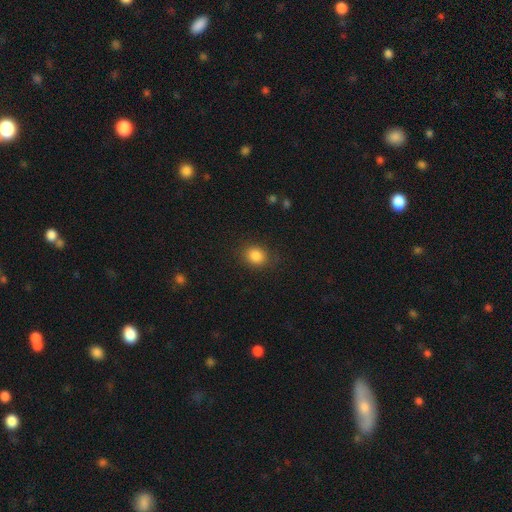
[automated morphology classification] A smooth galaxy with no disk features (86%) that is round (64%). Merging: none (83%).